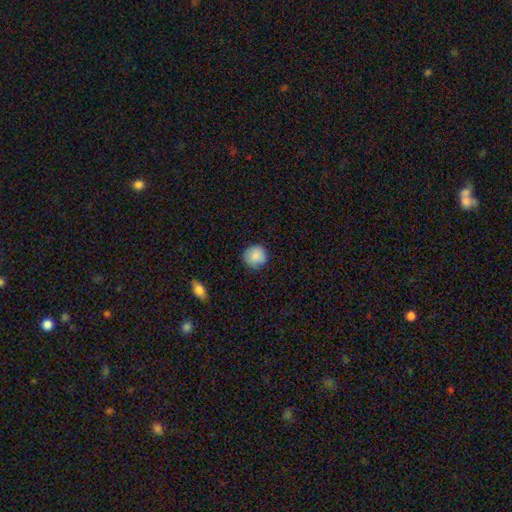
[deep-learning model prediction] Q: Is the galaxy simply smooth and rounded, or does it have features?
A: smooth — 87%.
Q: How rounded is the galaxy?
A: round — 93%.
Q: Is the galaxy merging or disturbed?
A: none — 84%.